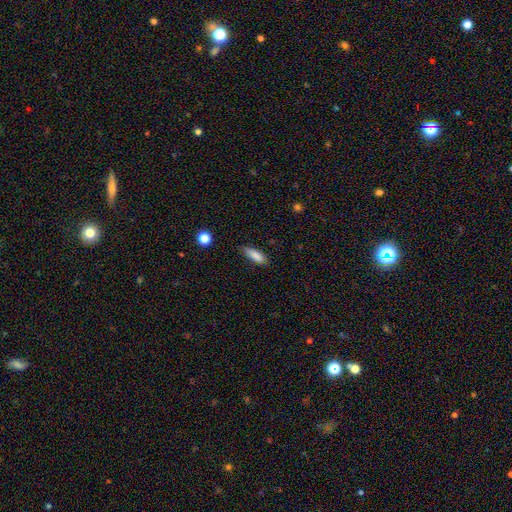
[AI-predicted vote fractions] This is clearly a smooth galaxy (84%). How rounded: possibly in between (50%). Merging: clearly none (80%).